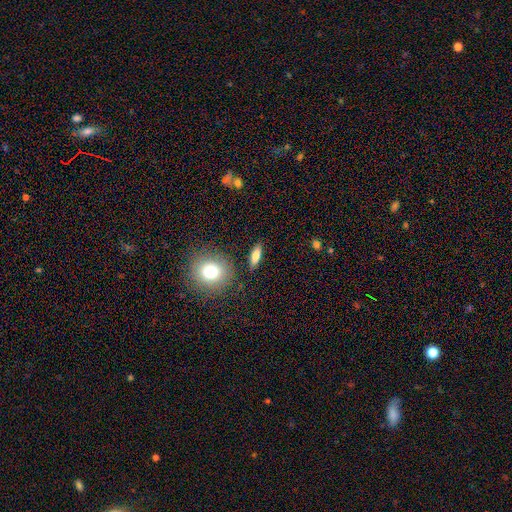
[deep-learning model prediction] smooth-or-featured: smooth: 70% | featured or disk: 22% | star or artifact: 9%
  how-rounded: cigar-shaped: 50% | in between: 42% | round: 7%
  merging: none: 87% | minor disturbance: 8% | major disturbance: 3% | merger: 2%